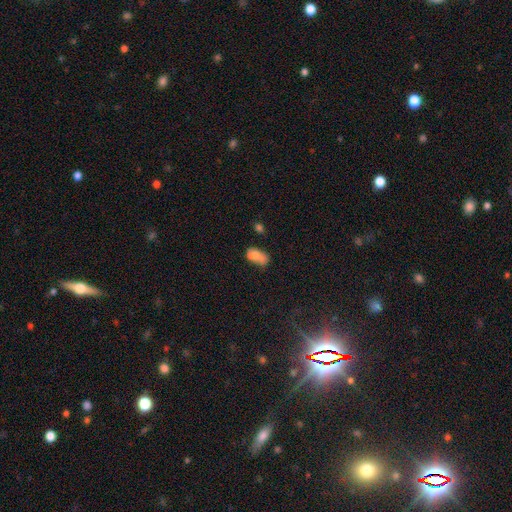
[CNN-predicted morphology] Smooth or featured? smooth (73%)
How rounded? in between (89%)
Merging? none (40%)